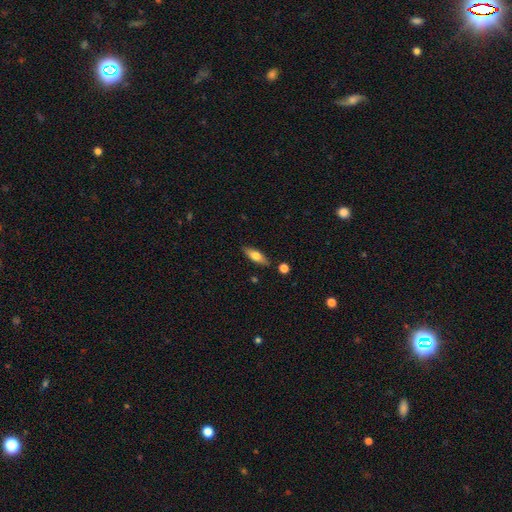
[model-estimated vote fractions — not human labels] Overall: smooth (62%; featured or disk 31%). How rounded: in between (58%; cigar-shaped 39%). Merging: none (84%).